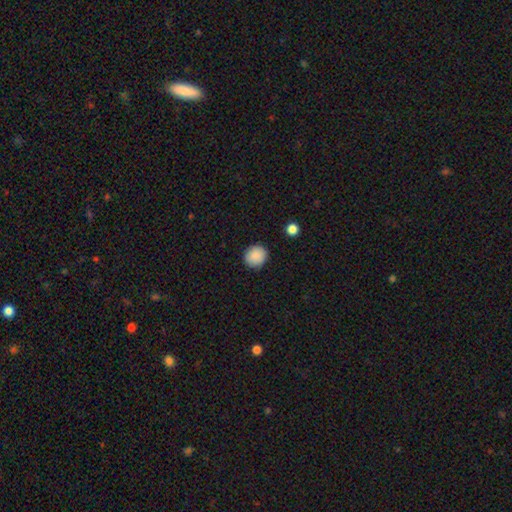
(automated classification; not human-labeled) Morphology: type=smooth (89%); roundness=round (88%); merging=none (90%).